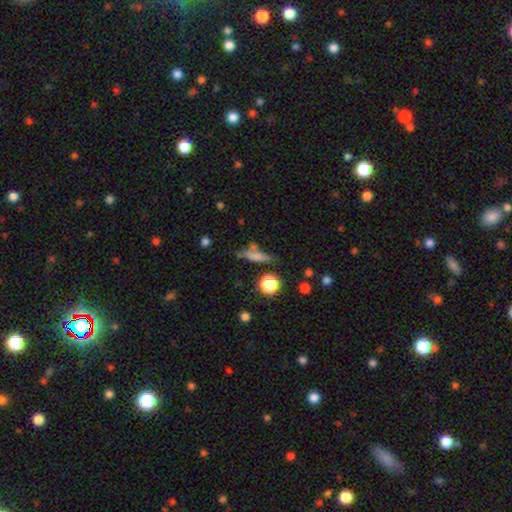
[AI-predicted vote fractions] Smooth or featured? smooth (65%)
How rounded? cigar-shaped (67%)
Merging? none (63%)